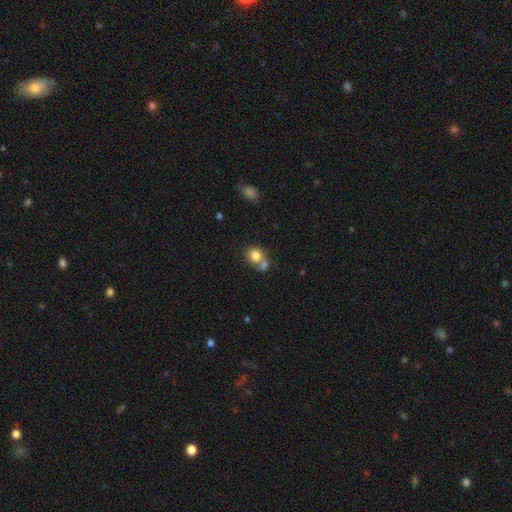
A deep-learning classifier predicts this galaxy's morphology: Smooth or featured? Predicted: smooth (p=0.79). How rounded? Predicted: round (p=0.71). Merging? Predicted: merger (p=0.48).